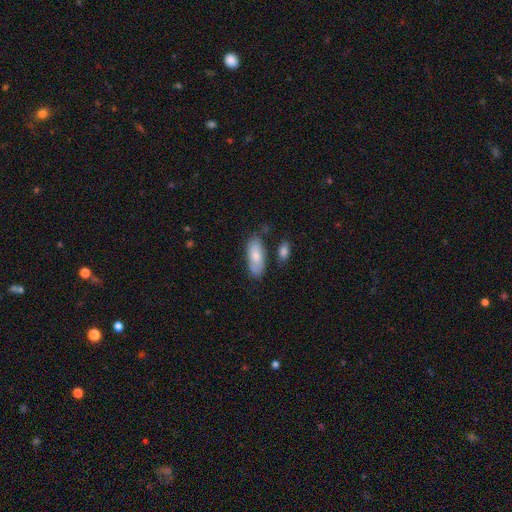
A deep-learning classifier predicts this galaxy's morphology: smooth-or-featured: smooth: 79% | featured or disk: 16% | star or artifact: 6%
  how-rounded: in between: 82% | cigar-shaped: 16% | round: 2%
  merging: none: 70% | minor disturbance: 19% | merger: 7% | major disturbance: 4%